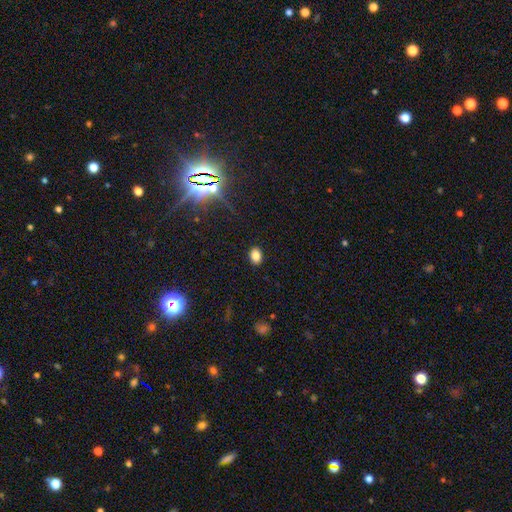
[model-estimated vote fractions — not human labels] This is clearly a smooth galaxy (82%). How rounded: likely in between (75%). Merging: clearly none (89%).